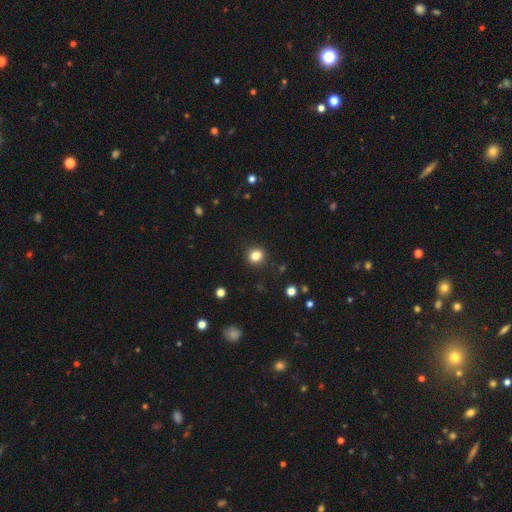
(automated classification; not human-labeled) Morphology: type=smooth (83%); roundness=round (83%); merging=none (90%).